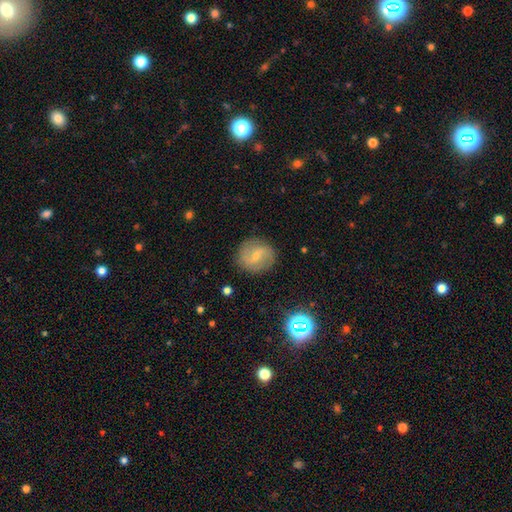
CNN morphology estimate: smooth_or_featured: featured or disk (p=0.56) [alt: smooth p=0.35]
disk_edge_on: no (p=0.96) [alt: yes p=0.04]
bar: weak (p=0.51) [alt: no p=0.26]
has_spiral_arms: yes (p=0.81) [alt: no p=0.19]
bulge_size: small (p=0.66) [alt: moderate p=0.27]
merging: none (p=0.83) [alt: minor disturbance p=0.11]